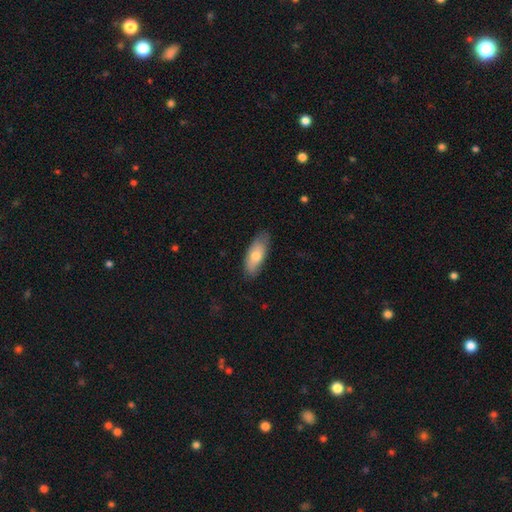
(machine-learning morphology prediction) type=smooth (71%); roundness=in between (79%); merging=none (77%).